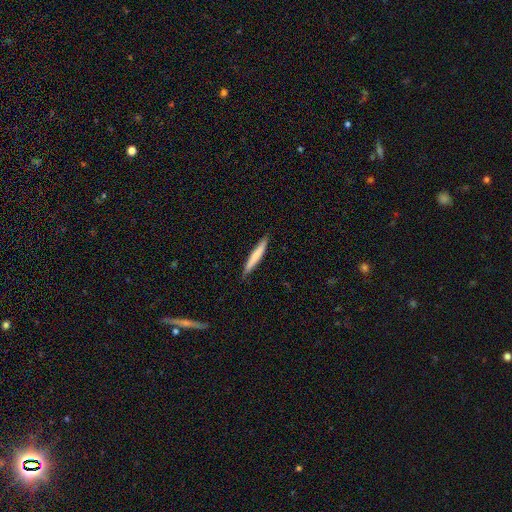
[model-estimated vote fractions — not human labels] Q: Smooth or featured?
A: smooth (68%); runner-up: featured or disk (27%)
Q: How rounded?
A: cigar-shaped (95%); runner-up: in between (4%)
Q: Merging?
A: none (89%); runner-up: minor disturbance (9%)